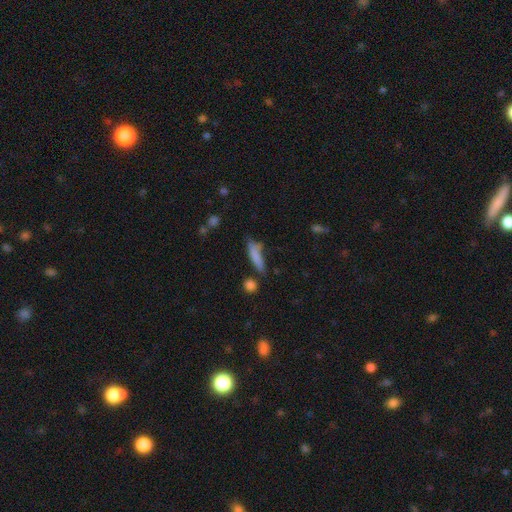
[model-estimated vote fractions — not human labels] smooth 77%, featured or disk 15%, star or artifact 9%. Down the decision tree: how rounded — cigar-shaped (71%); merging — none (57%).